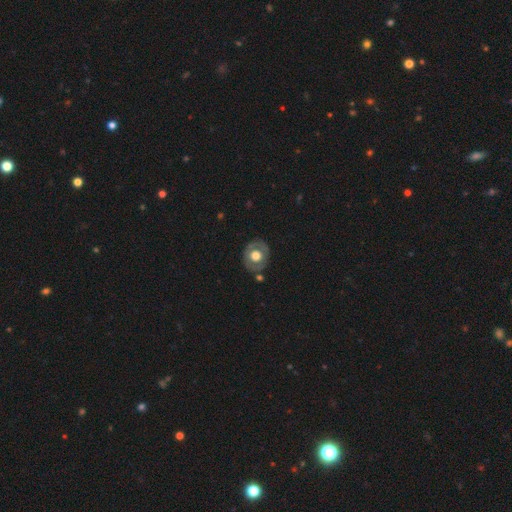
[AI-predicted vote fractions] A featured or disk galaxy (47%, tied with smooth). Merging: none (79%).